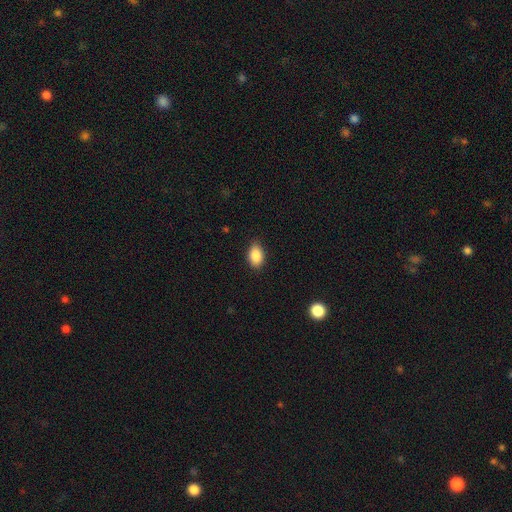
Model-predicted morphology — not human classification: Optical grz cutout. It shows a smooth galaxy with no disk features (88%) that is in between round and cigar-shaped (89%). Merging: none (84%).